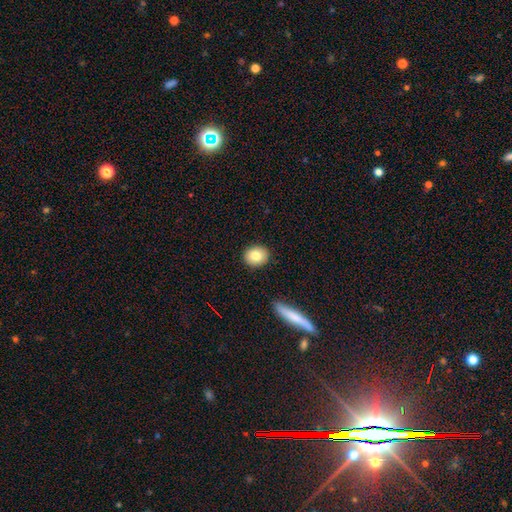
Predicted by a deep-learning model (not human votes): smooth-or-featured: smooth: 81% | featured or disk: 11% | star or artifact: 8%
  how-rounded: round: 71% | in between: 28% | cigar-shaped: 1%
  merging: none: 89% | minor disturbance: 7% | major disturbance: 2% | merger: 2%